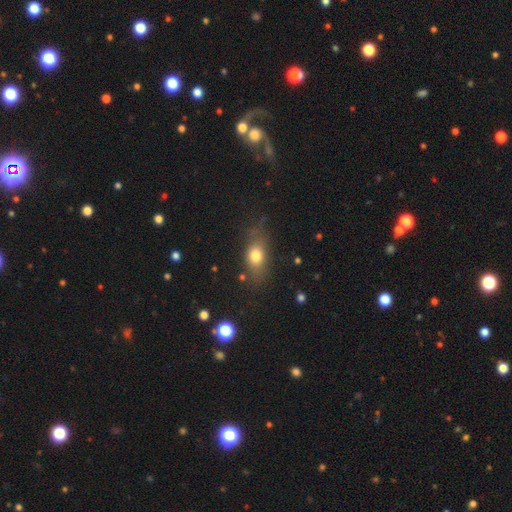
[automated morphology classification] smooth_or_featured: smooth (p=0.75) [alt: featured or disk p=0.14]
how_rounded: in between (p=0.72) [alt: round p=0.20]
merging: none (p=0.71) [alt: minor disturbance p=0.19]